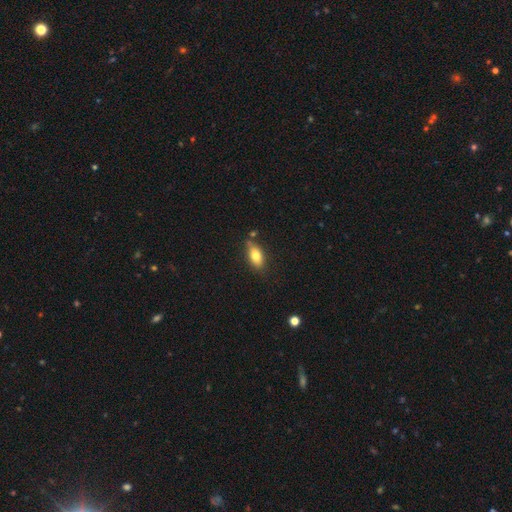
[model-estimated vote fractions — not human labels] smooth-or-featured: smooth: 77% | featured or disk: 15% | star or artifact: 8%
  how-rounded: in between: 86% | cigar-shaped: 9% | round: 5%
  merging: none: 70% | minor disturbance: 19% | merger: 7% | major disturbance: 4%